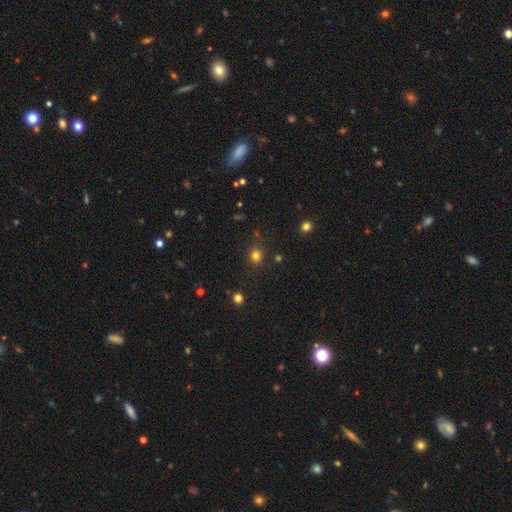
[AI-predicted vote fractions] This is likely a smooth galaxy (77%). How rounded: clearly round (83%). Merging: clearly none (85%).